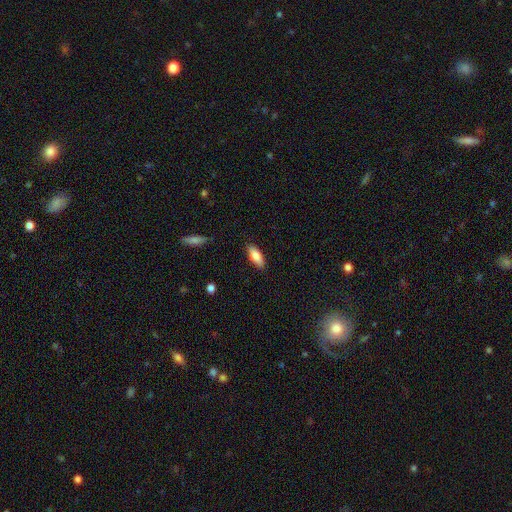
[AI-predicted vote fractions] Morphology: type=smooth (81%); roundness=in between (73%); merging=none (87%).